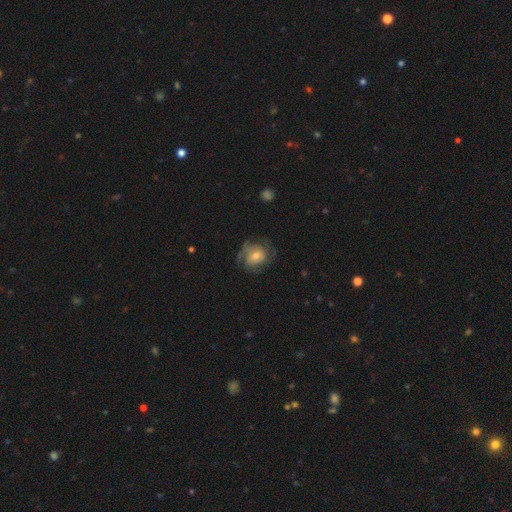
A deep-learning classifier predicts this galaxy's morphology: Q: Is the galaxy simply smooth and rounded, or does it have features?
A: featured or disk — 55%.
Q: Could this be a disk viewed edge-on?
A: no — 97%.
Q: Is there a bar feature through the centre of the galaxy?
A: no — 71%.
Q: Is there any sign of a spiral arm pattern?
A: yes — 74%.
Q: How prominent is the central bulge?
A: moderate — 54%.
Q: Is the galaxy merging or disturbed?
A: none — 61%.